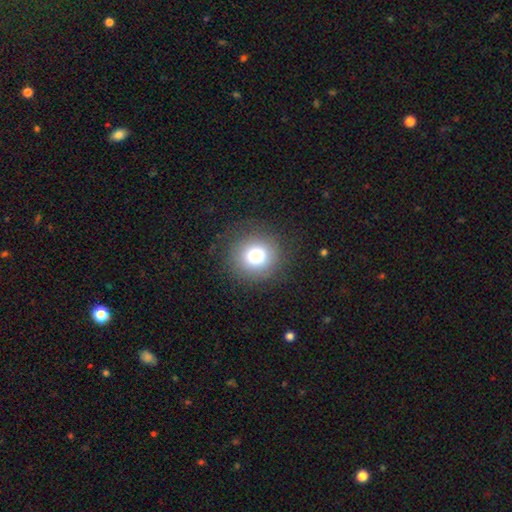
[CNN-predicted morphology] A smooth galaxy with no disk features (77%) that is round (93%). Merging: none (87%).